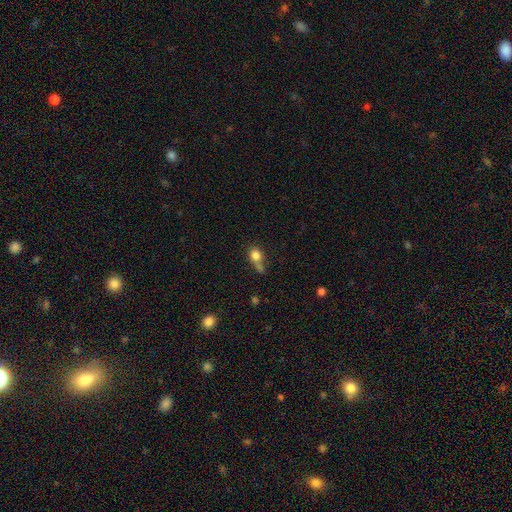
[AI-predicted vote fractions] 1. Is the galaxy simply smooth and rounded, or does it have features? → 79% smooth, 11% star or artifact, 10% featured or disk.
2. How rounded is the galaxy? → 62% round, 35% in between, 3% cigar-shaped.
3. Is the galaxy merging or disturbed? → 41% none, 26% merger, 20% minor disturbance, 13% major disturbance.